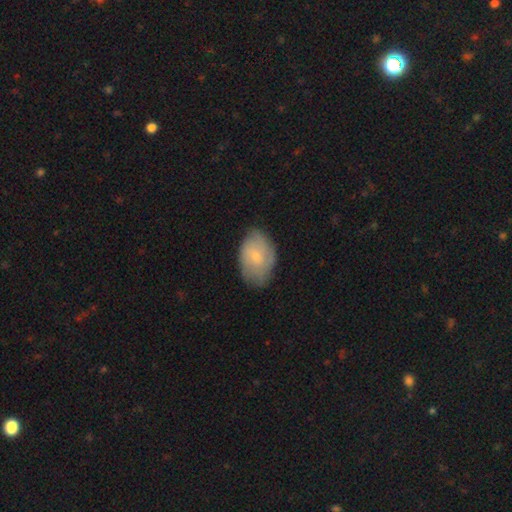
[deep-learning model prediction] A smooth galaxy with no disk features (58%) that is in between round and cigar-shaped (87%). Merging: none (69%).